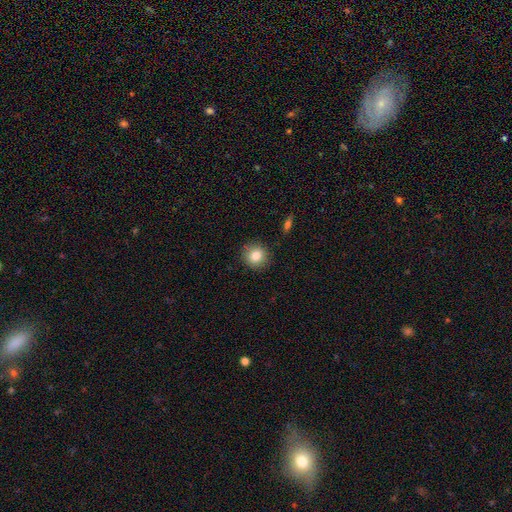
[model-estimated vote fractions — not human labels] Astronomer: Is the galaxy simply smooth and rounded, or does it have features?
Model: smooth — 83%.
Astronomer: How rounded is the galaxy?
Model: round — 90%.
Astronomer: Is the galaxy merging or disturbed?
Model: none — 89%.